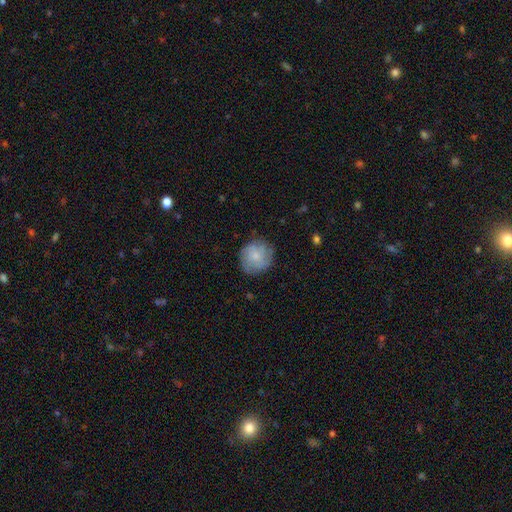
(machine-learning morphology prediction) Q: Smooth or featured?
A: smooth (62%); runner-up: featured or disk (30%)
Q: How rounded?
A: round (88%); runner-up: in between (10%)
Q: Merging?
A: none (79%); runner-up: minor disturbance (16%)